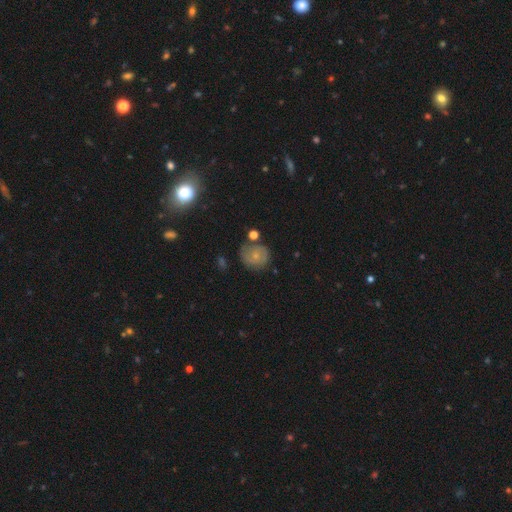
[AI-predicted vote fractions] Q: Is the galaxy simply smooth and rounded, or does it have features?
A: smooth — 52%.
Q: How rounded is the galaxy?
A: round — 81%.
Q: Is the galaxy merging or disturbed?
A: none — 67%.